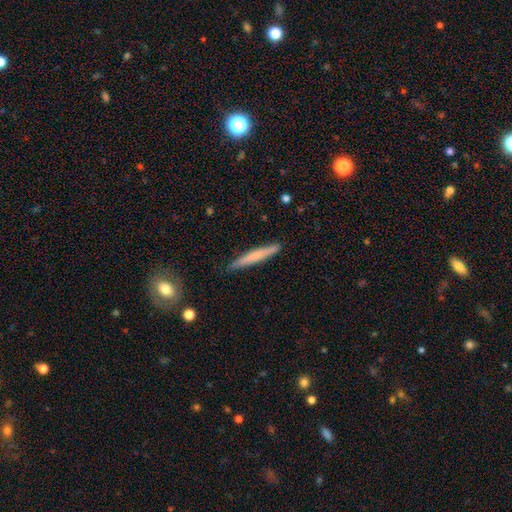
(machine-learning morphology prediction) Smooth or featured? Predicted: smooth (p=0.66). How rounded? Predicted: cigar-shaped (p=0.96). Merging? Predicted: none (p=0.87).